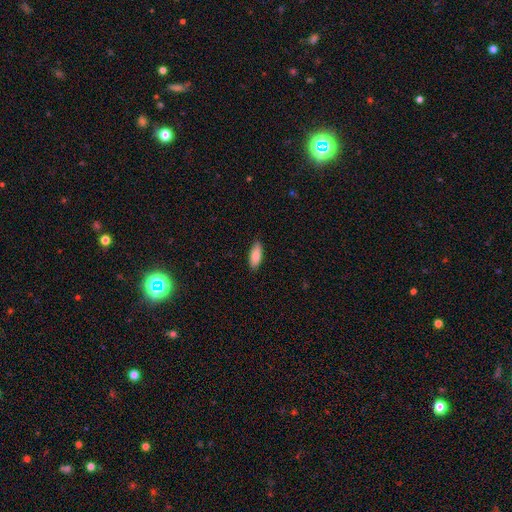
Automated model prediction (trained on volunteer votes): Smooth or featured? smooth (87%)
How rounded? in between (71%)
Merging? none (87%)